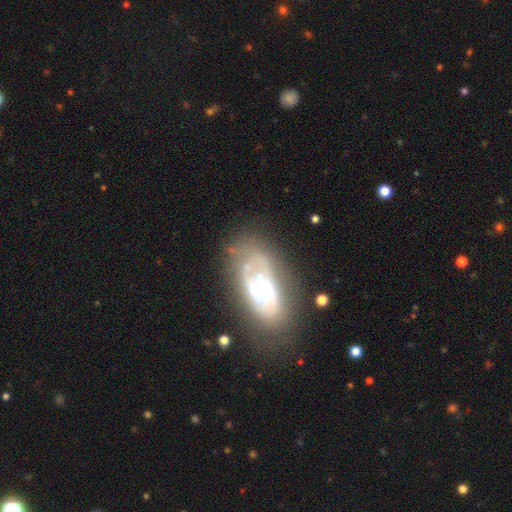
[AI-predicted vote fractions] A featured or disk galaxy (68%) with no bar (62%), spiral arms (60%) and a moderate central bulge (51%). Merging: none (62%).